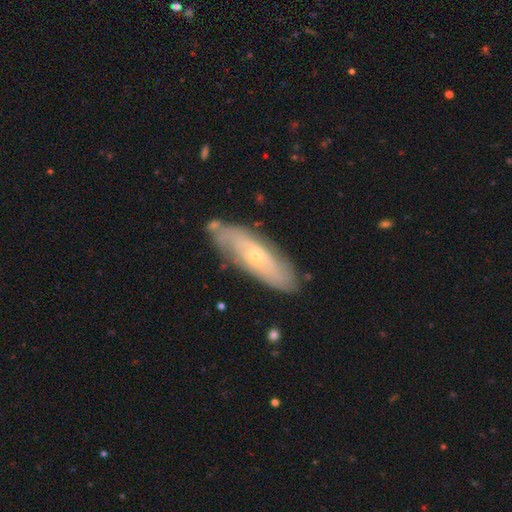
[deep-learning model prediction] smooth_or_featured: featured or disk (p=0.66) [alt: smooth p=0.28]
disk_edge_on: no (p=0.76) [alt: yes p=0.24]
merging: none (p=0.77) [alt: minor disturbance p=0.16]